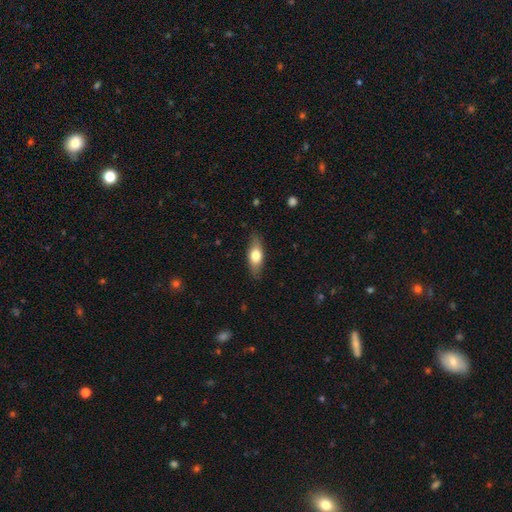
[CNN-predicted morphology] smooth_or_featured: smooth (p=0.66) [alt: featured or disk p=0.27]
how_rounded: in between (p=0.72) [alt: cigar-shaped p=0.24]
merging: none (p=0.83) [alt: minor disturbance p=0.14]